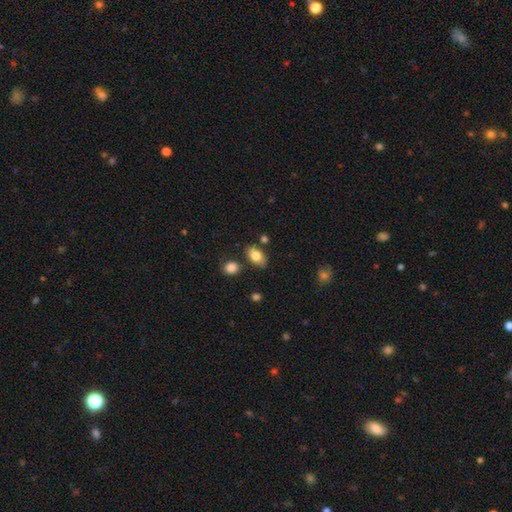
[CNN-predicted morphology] This appears to be a smooth galaxy with no disk features (81%) that is in between round and cigar-shaped (90%). Merging: none (79%).